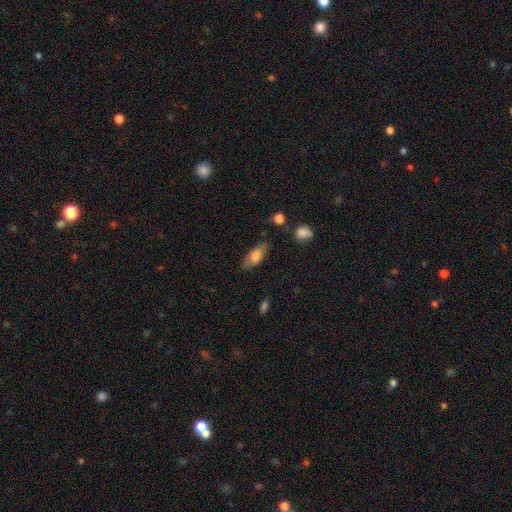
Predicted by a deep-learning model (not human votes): The model was most divided on "smooth or featured": smooth: 73%, featured or disk: 20%, star or artifact: 7%. More confident: how rounded — in between (81%); merging — none (77%).